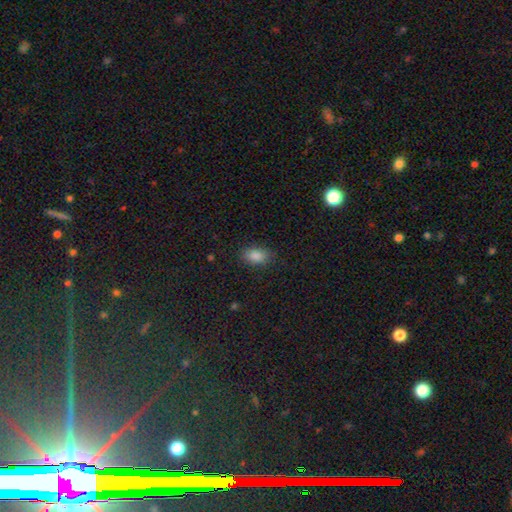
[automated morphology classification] Smooth or featured: smooth — 84% (star or artifact — 11%)
How rounded: in between — 87% (round — 10%)
Merging: none — 85% (minor disturbance — 11%)